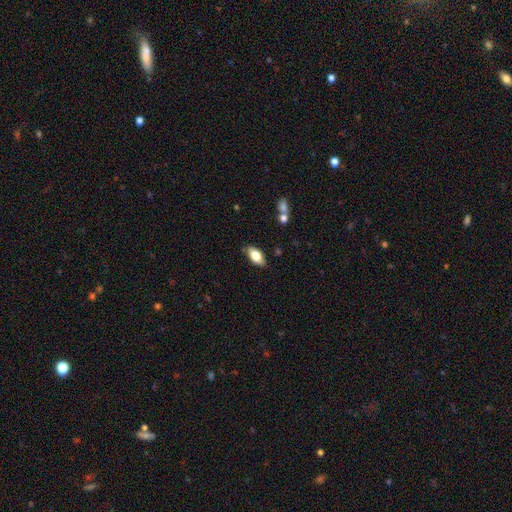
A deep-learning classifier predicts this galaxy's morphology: Smooth or featured: smooth — 74% (featured or disk — 19%)
How rounded: in between — 90% (cigar-shaped — 7%)
Merging: none — 81% (minor disturbance — 14%)